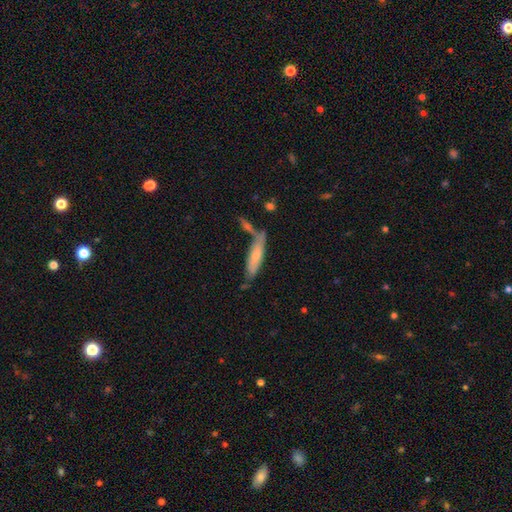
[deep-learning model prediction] Q: Smooth or featured?
A: smooth (64%); runner-up: featured or disk (30%)
Q: How rounded?
A: cigar-shaped (73%); runner-up: in between (25%)
Q: Merging?
A: none (58%); runner-up: minor disturbance (19%)